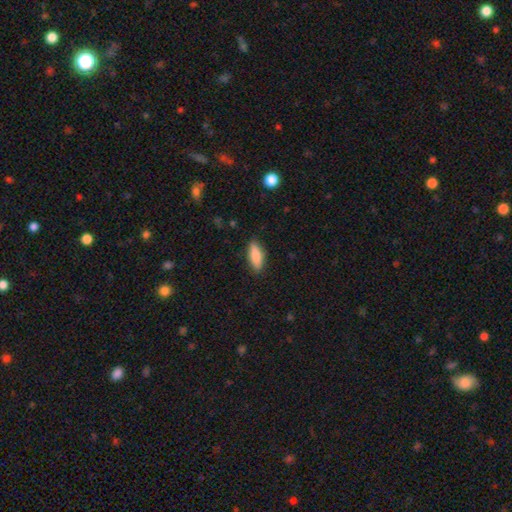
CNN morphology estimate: This appears to be a smooth galaxy with no disk features (82%) that is in between round and cigar-shaped (66%). Merging: none (86%).